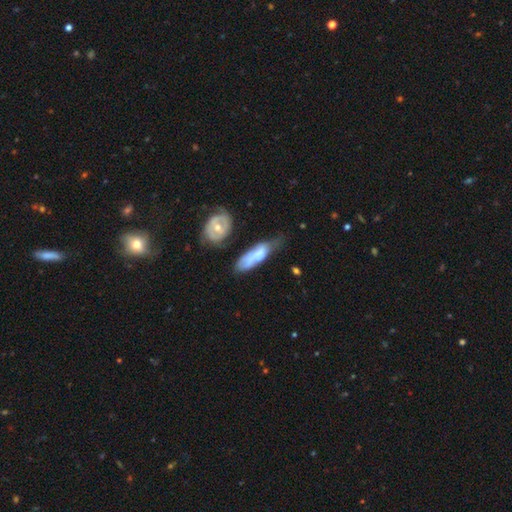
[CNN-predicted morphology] smooth 56%, featured or disk 37%, star or artifact 7%. Down the decision tree: how rounded — in between (56%); merging — none (35%).